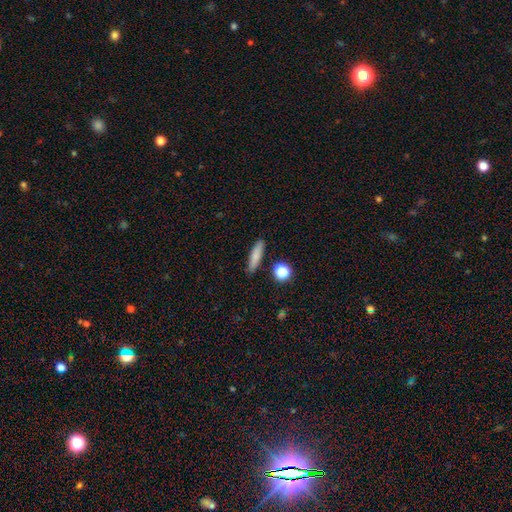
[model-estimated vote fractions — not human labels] Q: Smooth or featured?
A: smooth (79%); runner-up: featured or disk (12%)
Q: How rounded?
A: cigar-shaped (75%); runner-up: in between (21%)
Q: Merging?
A: none (87%); runner-up: minor disturbance (8%)